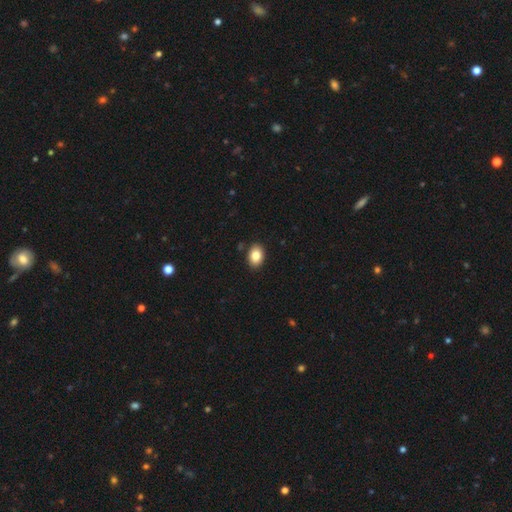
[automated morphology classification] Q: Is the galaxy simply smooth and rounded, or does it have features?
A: smooth — 84%.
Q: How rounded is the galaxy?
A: in between — 80%.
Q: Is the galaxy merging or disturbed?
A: none — 89%.